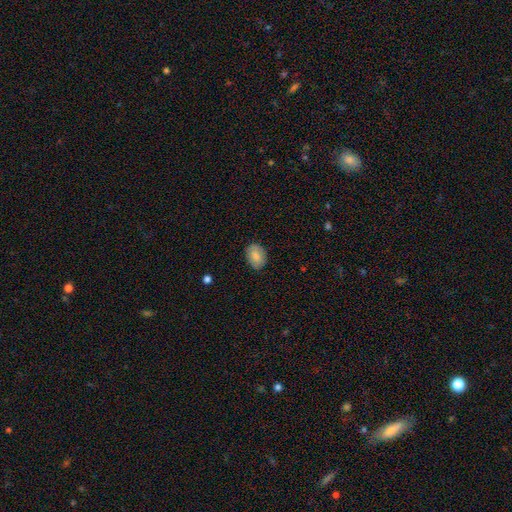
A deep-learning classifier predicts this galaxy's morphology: Smooth or featured? smooth (82%)
How rounded? in between (77%)
Merging? none (83%)